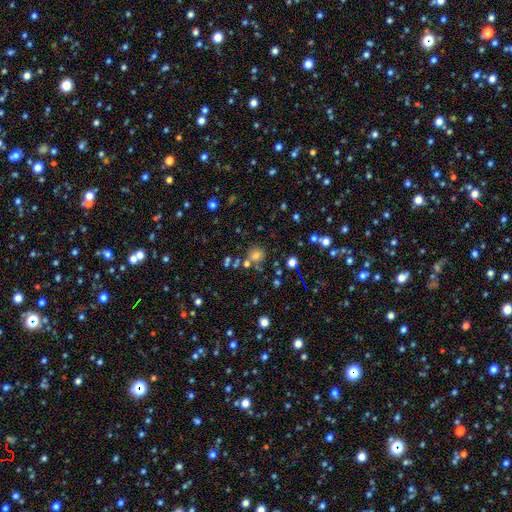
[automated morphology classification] Smooth or featured? smooth (70%)
How rounded? round (87%)
Merging? none (70%)